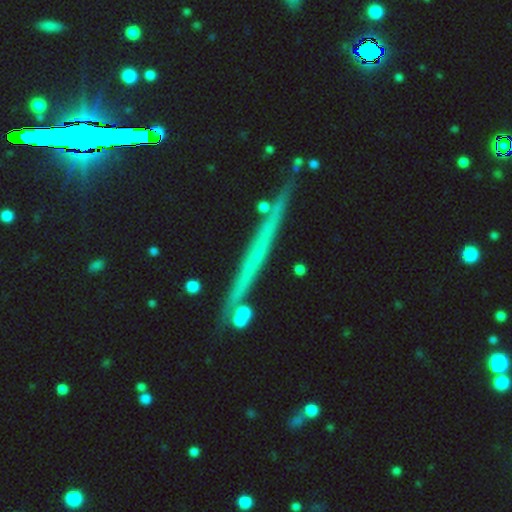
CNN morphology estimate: A featured or disk galaxy (51%) viewed edge-on (94%).

Vote fractions:
- Smooth or featured? featured or disk: 51% / smooth: 29% / star or artifact: 20%
- Edge-on disk? yes: 94% / no: 6%
- Merging? none: 78% / minor disturbance: 14% / merger: 4% / major disturbance: 4%